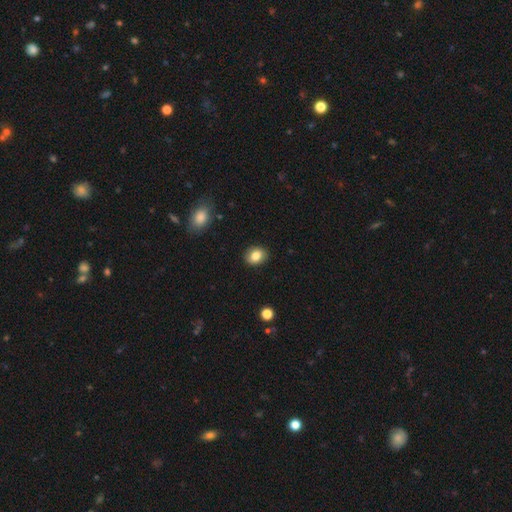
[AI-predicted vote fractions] This appears to be a smooth galaxy with no disk features (83%) that is round (53%). Merging: none (89%).